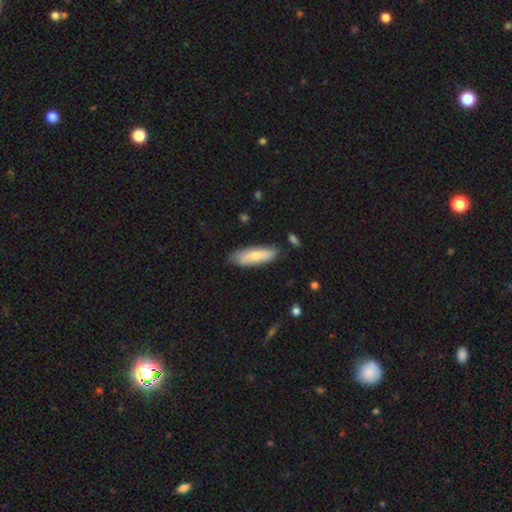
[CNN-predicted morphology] smooth 71%, featured or disk 23%, star or artifact 5%. Down the decision tree: how rounded — cigar-shaped (52%); merging — none (76%).